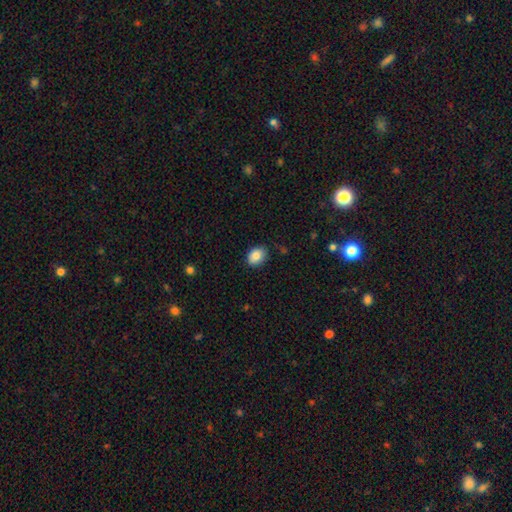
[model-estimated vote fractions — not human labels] This appears to be a smooth galaxy with no disk features (86%) that is in between round and cigar-shaped (63%). Merging: none (83%).